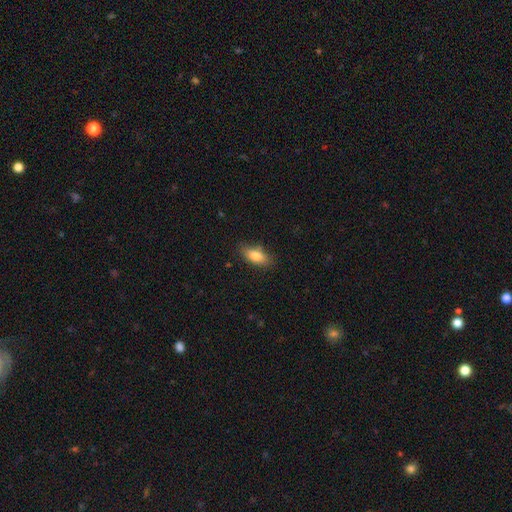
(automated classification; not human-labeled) Smooth or featured: smooth — 81% (featured or disk — 12%)
How rounded: in between — 83% (cigar-shaped — 14%)
Merging: none — 80% (minor disturbance — 15%)